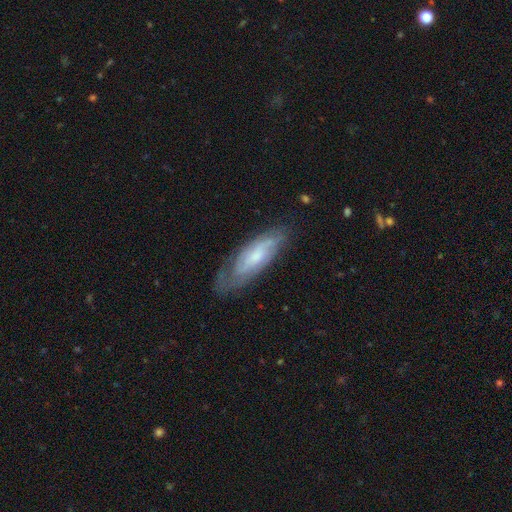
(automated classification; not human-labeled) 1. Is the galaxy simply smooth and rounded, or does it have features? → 64% featured or disk, 30% smooth, 7% star or artifact.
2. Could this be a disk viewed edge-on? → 77% no, 23% yes.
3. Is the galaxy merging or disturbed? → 69% none, 22% minor disturbance, 8% major disturbance, 1% merger.